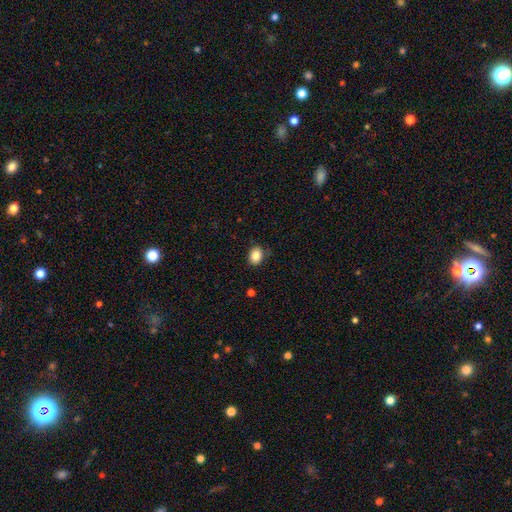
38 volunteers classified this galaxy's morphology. Smooth or featured: smooth — 89% (featured or disk — 8%)
How rounded: in between — 59% (round — 41%)
Merging: none — 95% (minor disturbance — 5%)